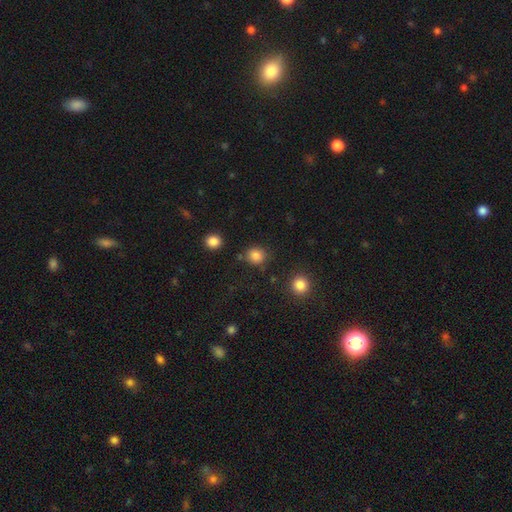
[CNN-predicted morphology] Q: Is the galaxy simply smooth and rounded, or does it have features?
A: smooth — 84%.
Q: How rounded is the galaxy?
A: round — 82%.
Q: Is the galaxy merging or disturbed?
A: none — 79%.